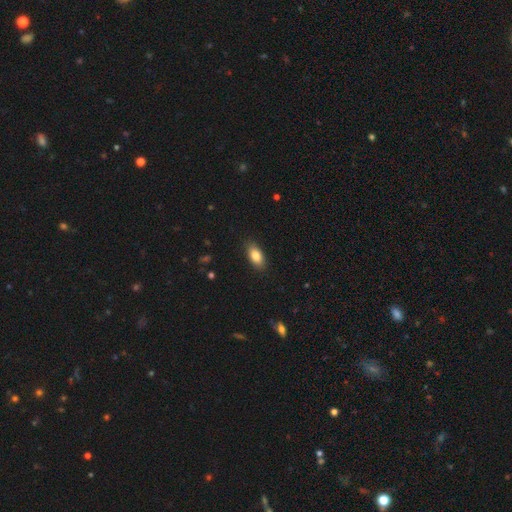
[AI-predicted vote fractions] Overall: smooth (83%). How rounded: in between (89%). Merging: none (87%).